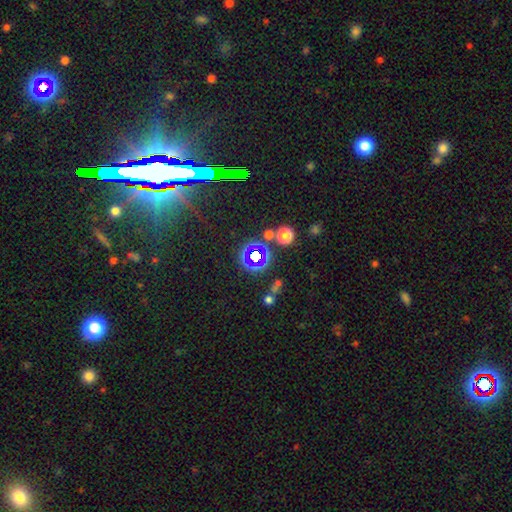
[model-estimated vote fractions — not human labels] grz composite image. It shows a star or artifact, not a galaxy (57%).